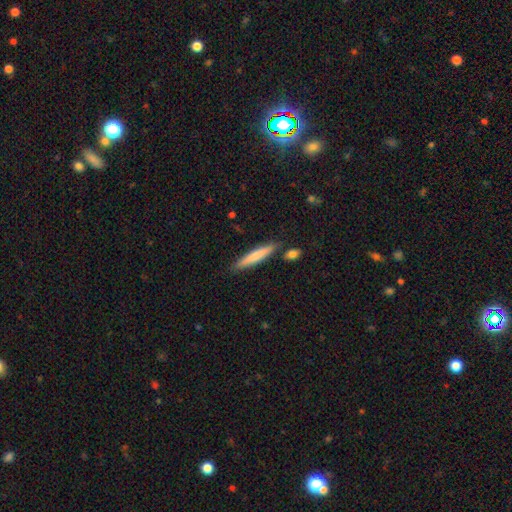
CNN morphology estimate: This is likely a smooth galaxy (72%). How rounded: clearly cigar-shaped (91%). Merging: clearly none (83%).